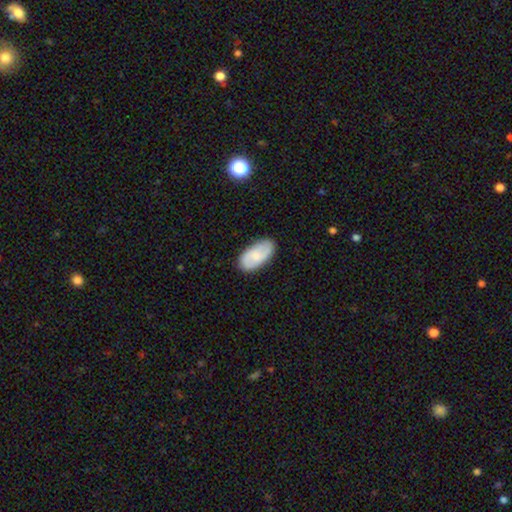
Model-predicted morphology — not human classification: Q: Smooth or featured?
A: smooth (62%); runner-up: featured or disk (32%)
Q: How rounded?
A: in between (94%); runner-up: cigar-shaped (3%)
Q: Merging?
A: none (82%); runner-up: minor disturbance (14%)